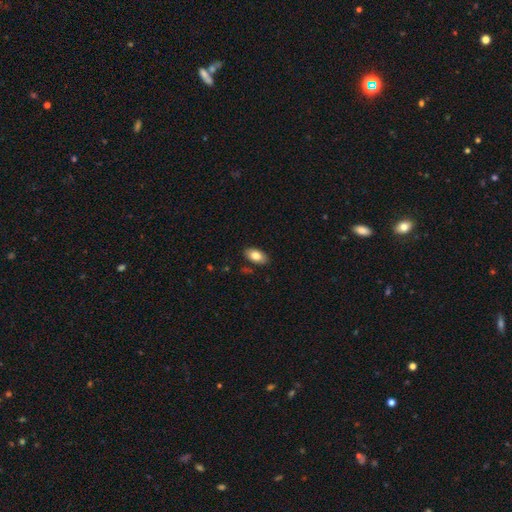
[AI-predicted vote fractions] This is clearly a smooth galaxy (80%). How rounded: clearly in between (93%). Merging: clearly none (86%).